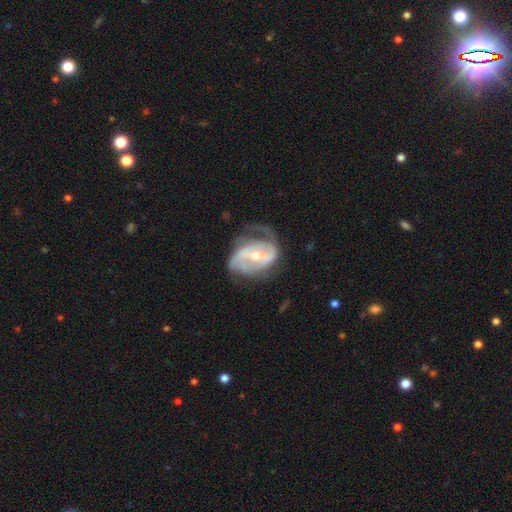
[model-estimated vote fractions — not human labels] Smooth or featured? featured or disk (85%)
Edge-on disk? no (97%)
Bar? strong (43%)
Spiral arms? yes (90%)
Spiral winding? medium (44%)
Spiral arm count? 2 (61%)
Bulge size? small (53%)
Merging? none (45%)